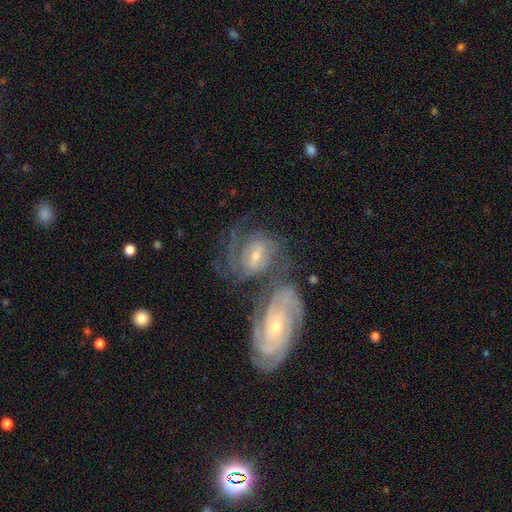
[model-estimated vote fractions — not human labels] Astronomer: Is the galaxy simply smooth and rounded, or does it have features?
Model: featured or disk — 84%.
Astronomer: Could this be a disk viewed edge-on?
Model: no — 96%.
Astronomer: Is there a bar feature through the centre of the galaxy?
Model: weak — 47% (runner-up: no, 29%).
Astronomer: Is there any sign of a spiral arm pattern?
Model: yes — 96%.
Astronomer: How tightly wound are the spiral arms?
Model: tight — 63%.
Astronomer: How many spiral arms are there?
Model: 3 — 30% (runner-up: can't tell, 28%).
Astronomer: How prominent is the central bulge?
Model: small — 60% (runner-up: moderate, 36%).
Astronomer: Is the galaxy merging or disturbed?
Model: merger — 48% (runner-up: none, 33%).